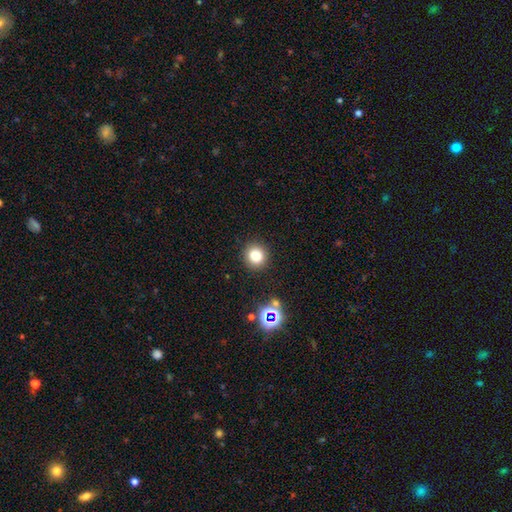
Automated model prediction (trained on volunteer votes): smooth_or_featured: smooth (p=0.78) [alt: star or artifact p=0.15]
how_rounded: round (p=0.91) [alt: in between p=0.08]
merging: none (p=0.90) [alt: minor disturbance p=0.06]